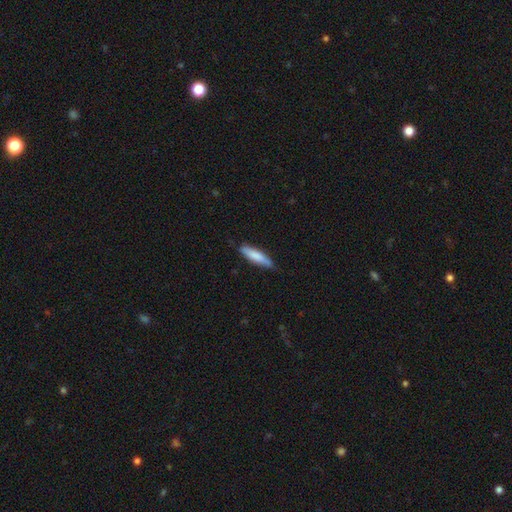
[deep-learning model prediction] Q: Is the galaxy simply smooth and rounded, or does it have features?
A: smooth — 81%.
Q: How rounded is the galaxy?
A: cigar-shaped — 76%.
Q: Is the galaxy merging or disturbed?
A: none — 79%.